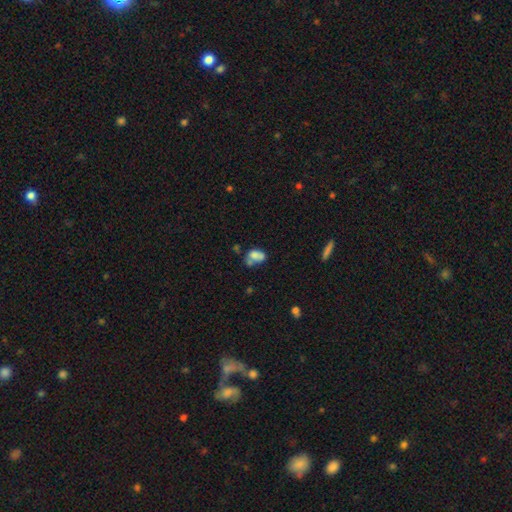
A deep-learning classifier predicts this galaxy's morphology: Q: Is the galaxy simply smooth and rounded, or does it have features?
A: smooth — 71%.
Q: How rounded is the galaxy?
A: in between — 81%.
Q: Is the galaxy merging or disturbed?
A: merger — 35%.